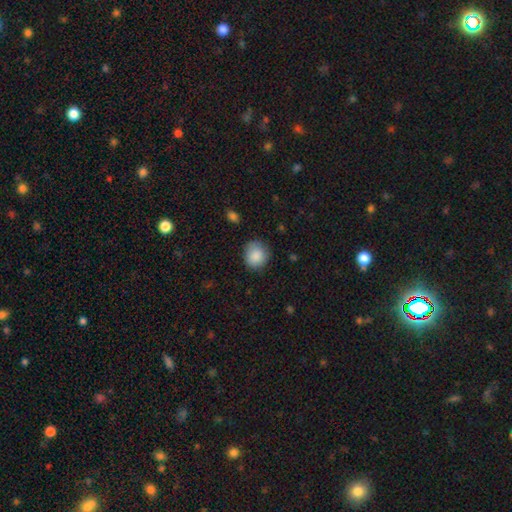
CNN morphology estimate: Smooth or featured: smooth — 88% (star or artifact — 7%)
How rounded: round — 82% (in between — 17%)
Merging: none — 79% (minor disturbance — 17%)